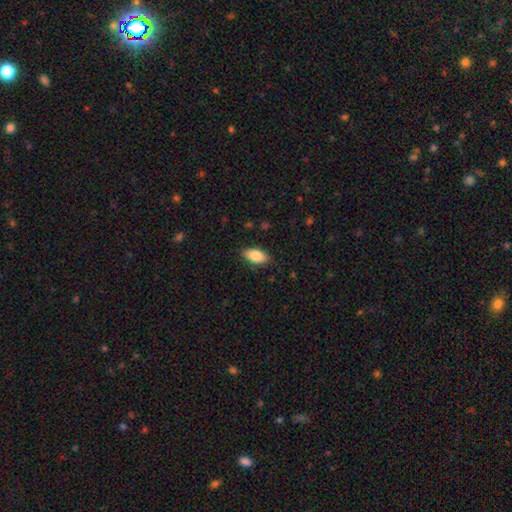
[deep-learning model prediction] smooth_or_featured: smooth (p=0.85) [alt: featured or disk p=0.09]
how_rounded: in between (p=0.91) [alt: cigar-shaped p=0.06]
merging: none (p=0.85) [alt: minor disturbance p=0.12]